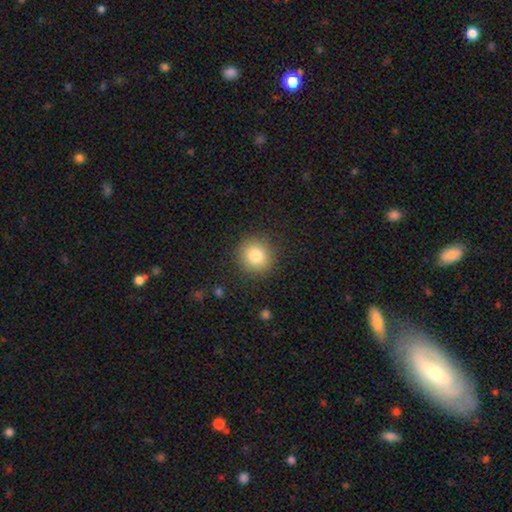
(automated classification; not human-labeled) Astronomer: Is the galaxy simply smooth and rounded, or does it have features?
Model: smooth — 82%.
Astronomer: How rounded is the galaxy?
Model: round — 90%.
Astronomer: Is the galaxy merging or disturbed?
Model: none — 89%.